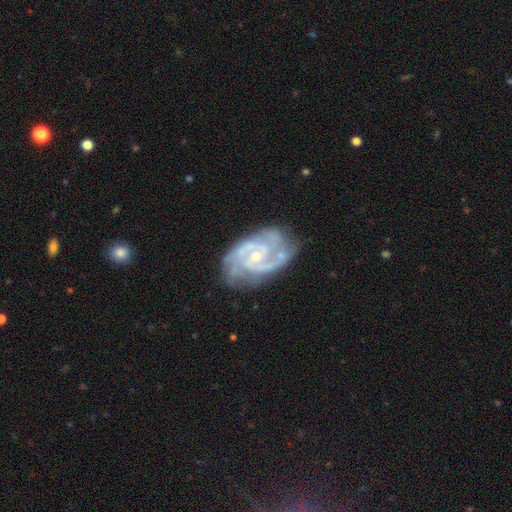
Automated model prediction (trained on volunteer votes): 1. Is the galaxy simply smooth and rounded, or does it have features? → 90% featured or disk, 5% star or artifact, 5% smooth.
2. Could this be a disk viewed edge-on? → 97% no, 3% yes.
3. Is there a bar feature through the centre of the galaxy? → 49% no, 41% weak, 10% strong.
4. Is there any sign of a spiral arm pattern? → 98% yes, 2% no.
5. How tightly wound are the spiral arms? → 48% tight, 45% medium, 7% loose.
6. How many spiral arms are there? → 55% 2, 22% 3, 11% can't tell, 5% 4, 4% 1, 4% more than 4.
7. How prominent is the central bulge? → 67% small, 27% moderate, 3% none, 1% large, 1% dominant.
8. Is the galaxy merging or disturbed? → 70% none, 20% minor disturbance, 7% major disturbance, 2% merger.